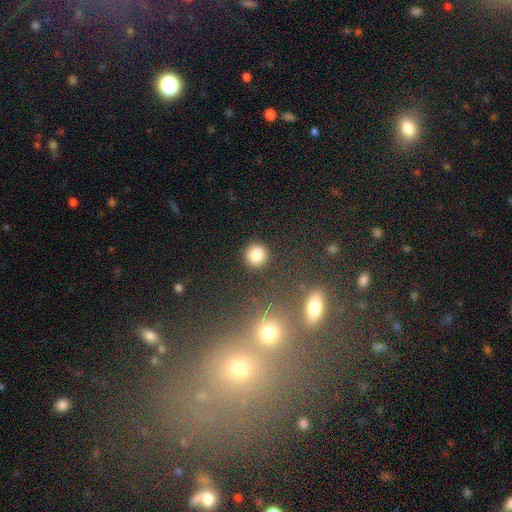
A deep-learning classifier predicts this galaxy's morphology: smooth_or_featured: smooth (p=0.83) [alt: star or artifact p=0.12]
how_rounded: round (p=0.90) [alt: in between p=0.09]
merging: none (p=0.87) [alt: minor disturbance p=0.07]